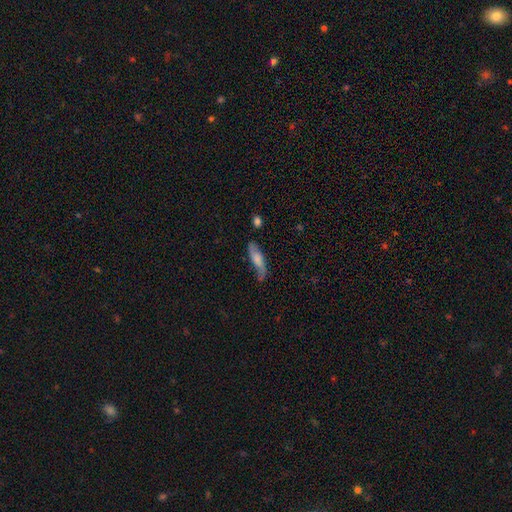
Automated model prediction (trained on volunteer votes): Q: Smooth or featured?
A: featured or disk (57%); runner-up: smooth (34%)
Q: Edge-on disk?
A: no (56%); runner-up: yes (44%)
Q: Merging?
A: none (69%); runner-up: minor disturbance (21%)